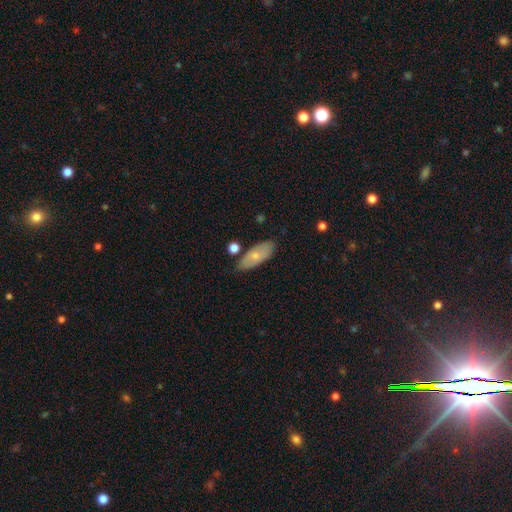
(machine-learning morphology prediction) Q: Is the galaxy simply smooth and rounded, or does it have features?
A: smooth — 69%.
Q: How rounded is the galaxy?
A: in between — 81%.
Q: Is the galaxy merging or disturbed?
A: none — 73%.